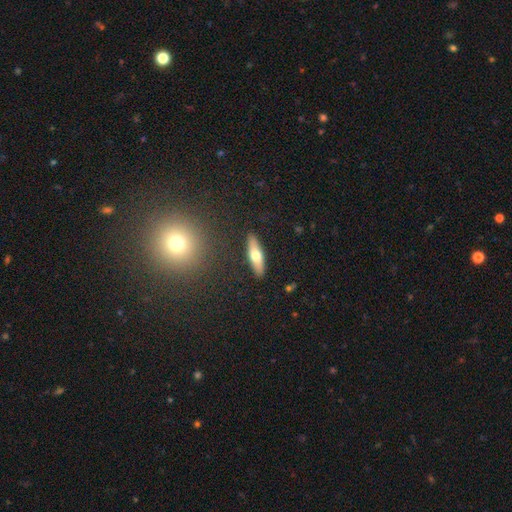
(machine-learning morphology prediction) A smooth galaxy with no disk features (61%) that is cigar-shaped (58%). Merging: none (89%).